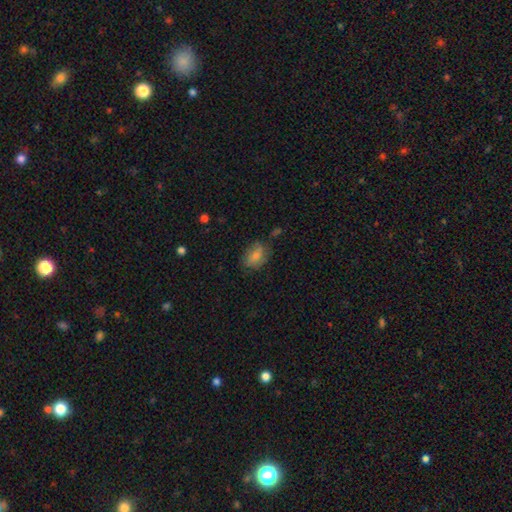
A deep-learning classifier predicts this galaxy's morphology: This is likely a smooth galaxy (69%). How rounded: likely in between (74%). Merging: likely none (67%).